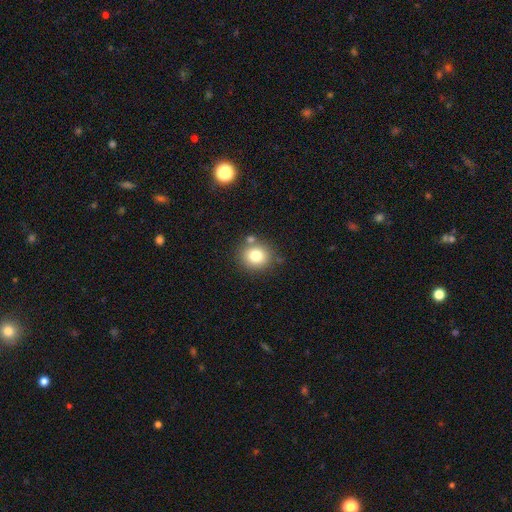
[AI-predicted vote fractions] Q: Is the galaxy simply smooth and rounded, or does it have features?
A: smooth — 78%.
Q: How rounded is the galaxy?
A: round — 83%.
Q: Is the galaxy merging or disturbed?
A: none — 75%.